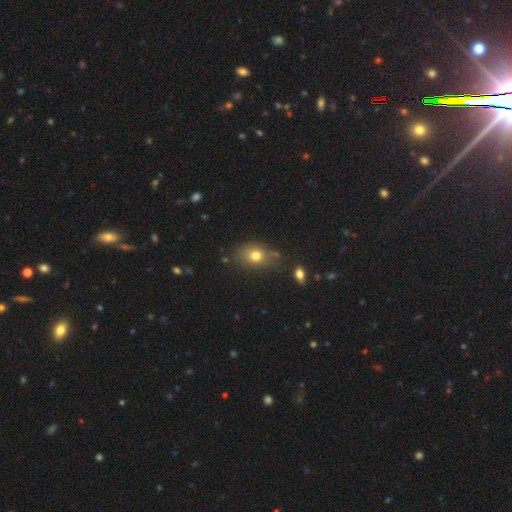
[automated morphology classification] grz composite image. It shows a smooth galaxy with no disk features (76%) that is in between round and cigar-shaped (63%). Merging: none (68%).